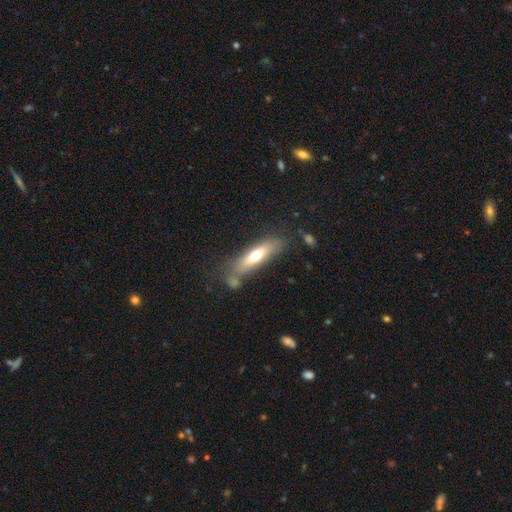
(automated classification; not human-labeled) smooth_or_featured: smooth (p=0.60) [alt: featured or disk p=0.33]
how_rounded: cigar-shaped (p=0.65) [alt: in between p=0.33]
merging: none (p=0.67) [alt: minor disturbance p=0.17]